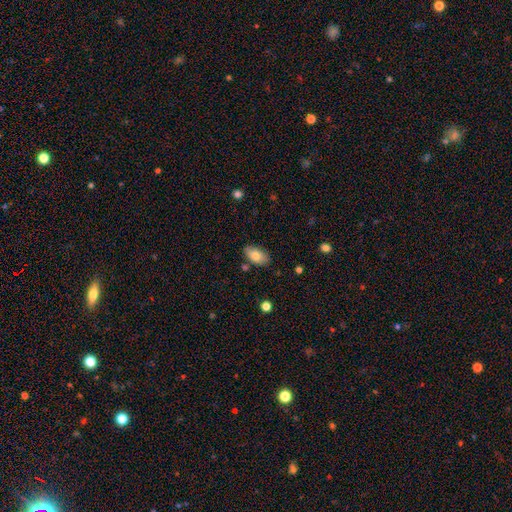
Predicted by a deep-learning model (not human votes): This is likely a smooth galaxy (79%). How rounded: clearly in between (93%). Merging: clearly none (81%).